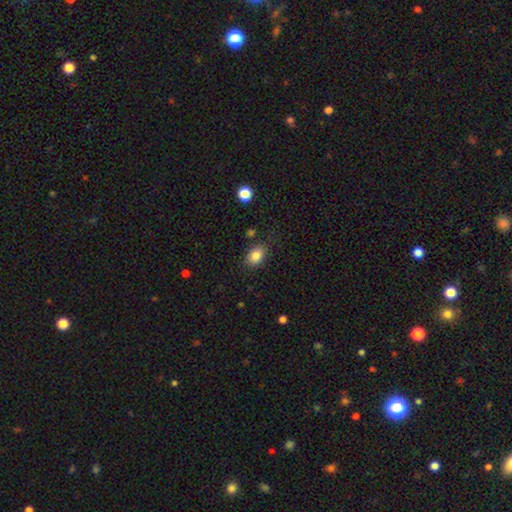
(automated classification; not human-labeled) A smooth galaxy with no disk features (83%) that is in between round and cigar-shaped (75%). Merging: none (80%).